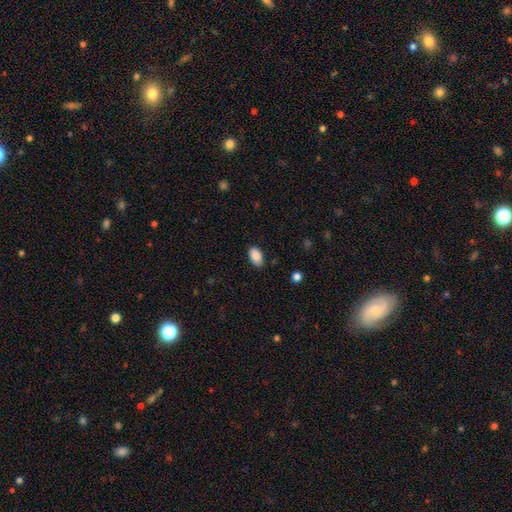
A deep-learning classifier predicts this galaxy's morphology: smooth-or-featured: smooth: 88% | star or artifact: 7% | featured or disk: 4%
  how-rounded: in between: 93% | round: 5% | cigar-shaped: 2%
  merging: none: 85% | minor disturbance: 11% | major disturbance: 2% | merger: 1%